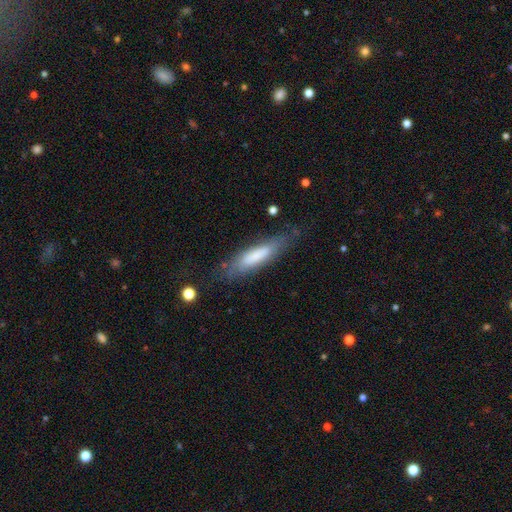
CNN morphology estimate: Q: Smooth or featured?
A: smooth (64%); runner-up: featured or disk (29%)
Q: How rounded?
A: cigar-shaped (72%); runner-up: in between (26%)
Q: Merging?
A: none (73%); runner-up: minor disturbance (18%)